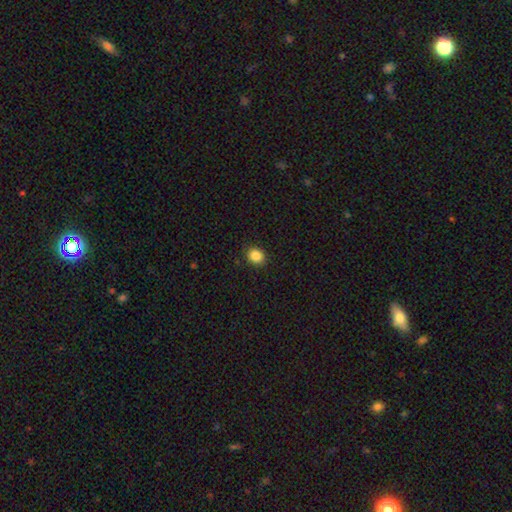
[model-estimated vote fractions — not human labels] Smooth or featured? Predicted: smooth (p=0.86). How rounded? Predicted: round (p=0.64). Merging? Predicted: none (p=0.89).